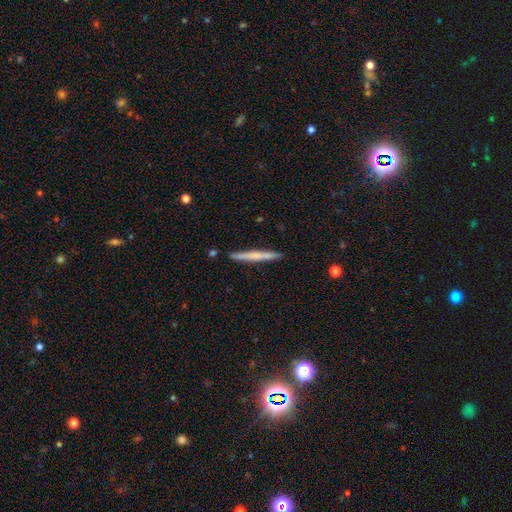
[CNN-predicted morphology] Smooth or featured? smooth (57%)
How rounded? cigar-shaped (97%)
Merging? none (91%)